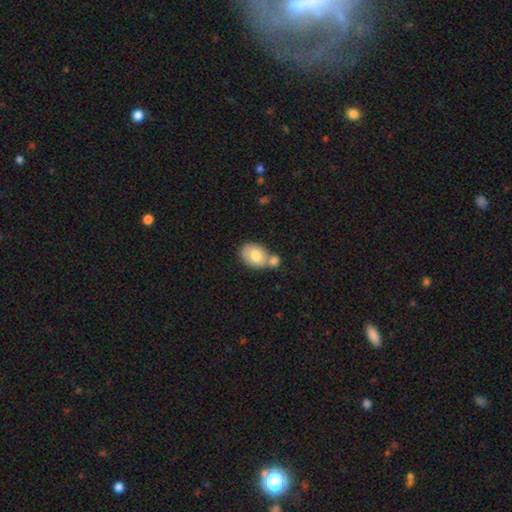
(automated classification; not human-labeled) A smooth galaxy with no disk features (74%) that is in between round and cigar-shaped (75%).

Vote fractions:
- Smooth or featured? smooth: 74% / featured or disk: 19% / star or artifact: 7%
- How rounded? in between: 75% / round: 24% / cigar-shaped: 1%
- Merging? merger: 45% / none: 38% / minor disturbance: 13% / major disturbance: 4%